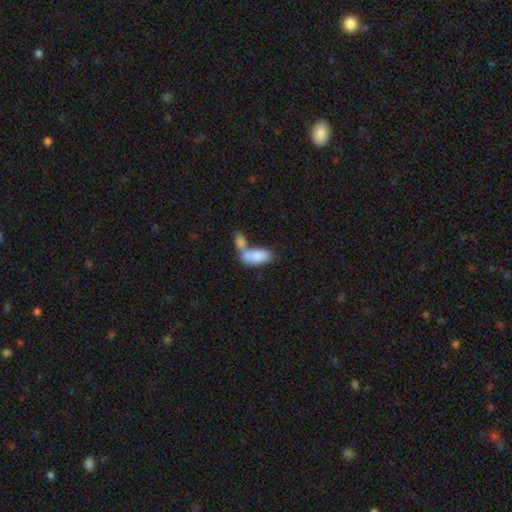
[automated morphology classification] This appears to be a smooth galaxy with no disk features (81%) that is in between round and cigar-shaped (89%). Merging: merger (64%).